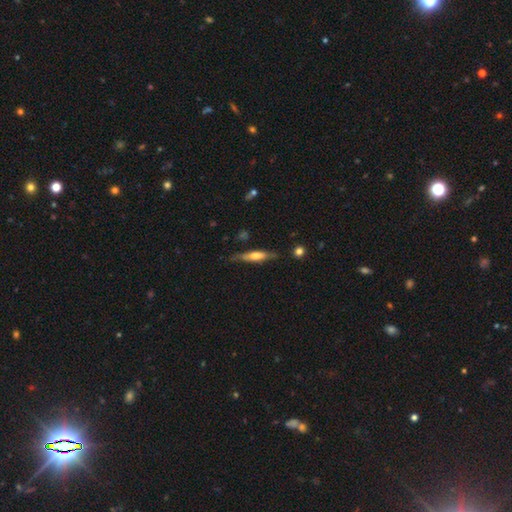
Q: Smooth or featured?
A: smooth (54%); runner-up: featured or disk (43%)
Q: How rounded?
A: cigar-shaped (80%); runner-up: in between (15%)
Q: Merging?
A: none (83%); runner-up: minor disturbance (11%)